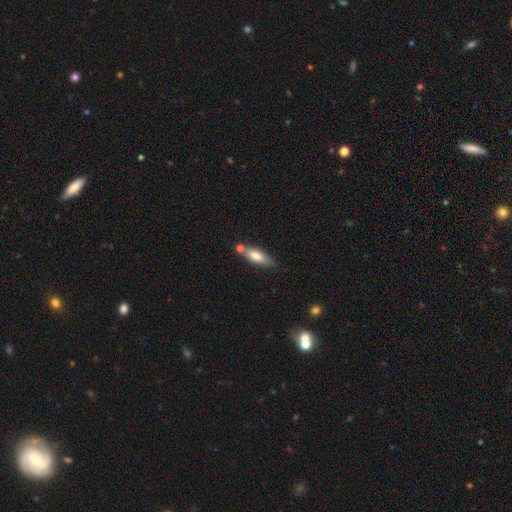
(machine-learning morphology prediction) A smooth galaxy with no disk features (73%) that is in between round and cigar-shaped (59%). Merging: none (61%).